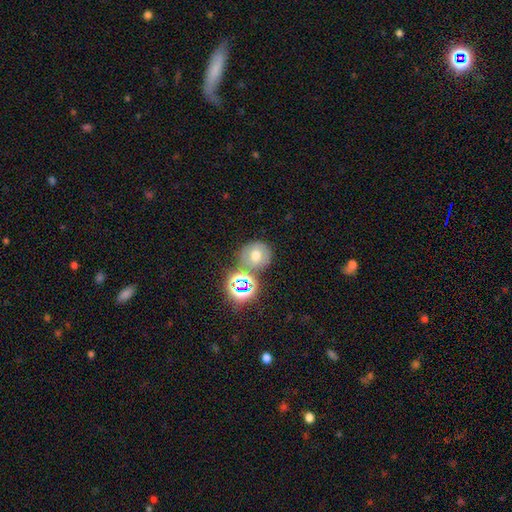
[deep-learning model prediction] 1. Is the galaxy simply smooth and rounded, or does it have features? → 58% smooth, 25% star or artifact, 17% featured or disk.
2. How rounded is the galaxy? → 84% round, 15% in between, 1% cigar-shaped.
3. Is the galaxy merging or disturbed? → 62% none, 21% merger, 12% minor disturbance, 5% major disturbance.